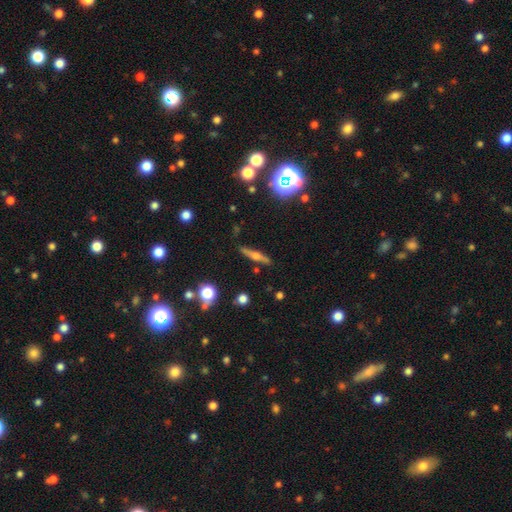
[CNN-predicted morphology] type=featured or disk (57%); edge-on=yes (94%); edge-on bulge=rounded (88%); merging=none (85%).